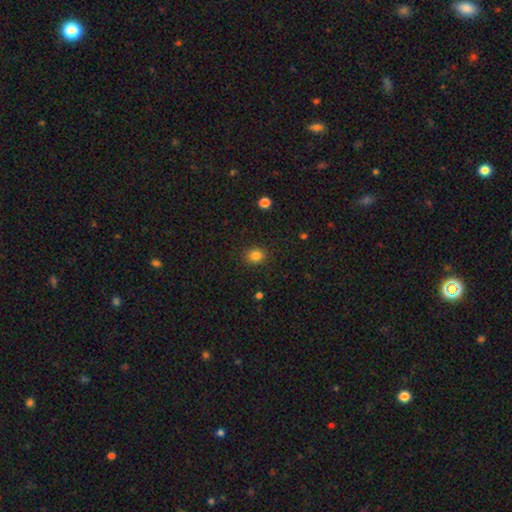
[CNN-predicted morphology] Q: Smooth or featured?
A: smooth (84%); runner-up: star or artifact (12%)
Q: How rounded?
A: round (69%); runner-up: in between (30%)
Q: Merging?
A: none (89%); runner-up: minor disturbance (7%)